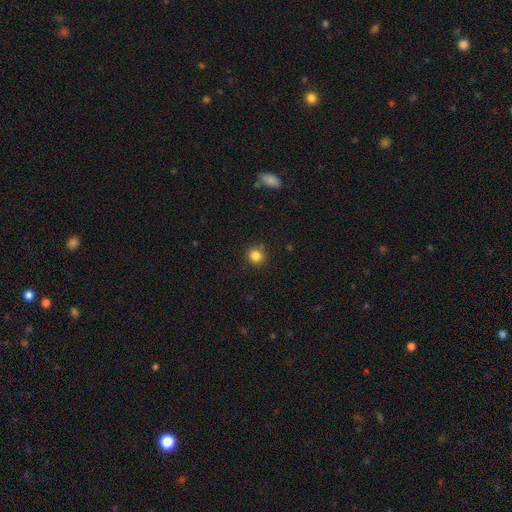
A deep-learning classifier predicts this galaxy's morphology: Smooth or featured? smooth (84%)
How rounded? round (90%)
Merging? none (86%)